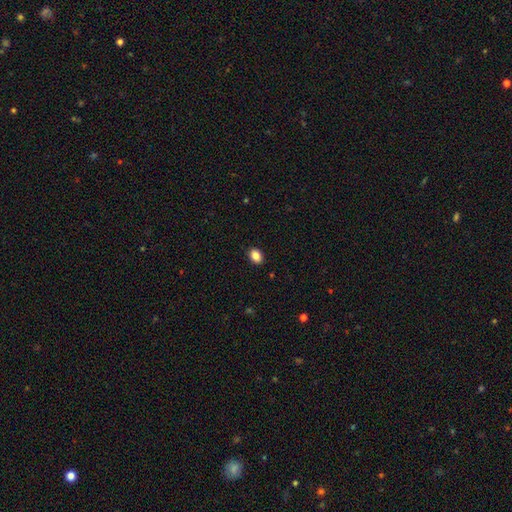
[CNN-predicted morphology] type=smooth (87%); roundness=in between (75%); merging=none (90%).